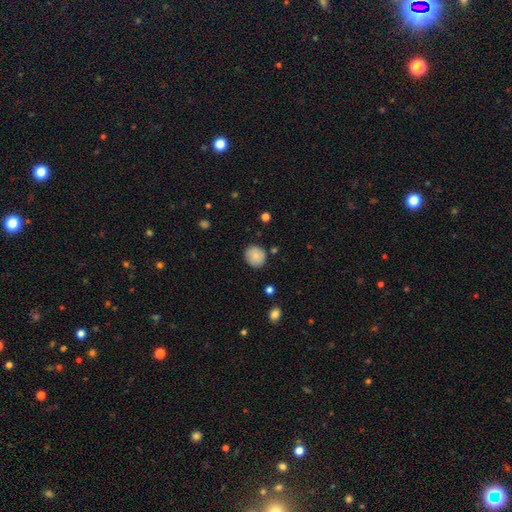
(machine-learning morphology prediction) A smooth galaxy with no disk features (84%) that is round (82%). Merging: none (82%).